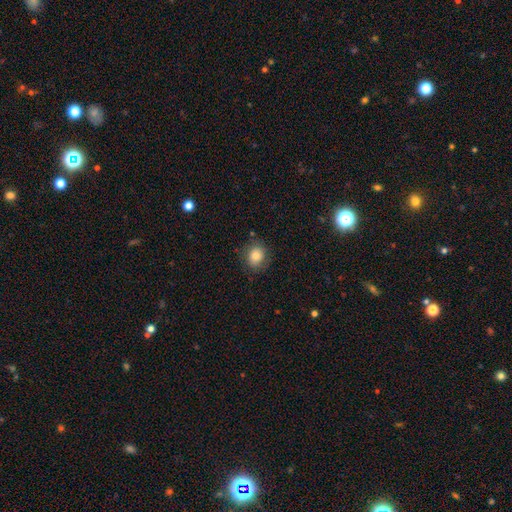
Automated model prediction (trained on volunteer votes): smooth 83%, star or artifact 10%, featured or disk 7%. Down the decision tree: how rounded — round (68%); merging — none (82%).